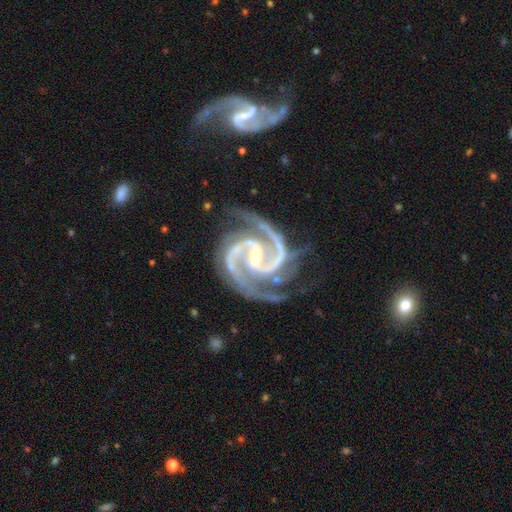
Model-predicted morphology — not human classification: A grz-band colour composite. It shows a featured or disk galaxy (95%) with a strong bar (46%), 2 (87%) medium (61%) spiral arms (99%) and a small central bulge (72%). Merging: none (68%).